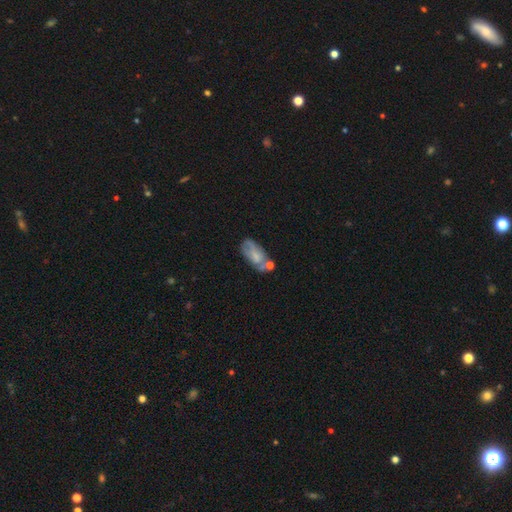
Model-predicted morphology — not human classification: smooth 53%, featured or disk 40%, star or artifact 8%. Down the decision tree: how rounded — in between (90%); merging — none (41%).